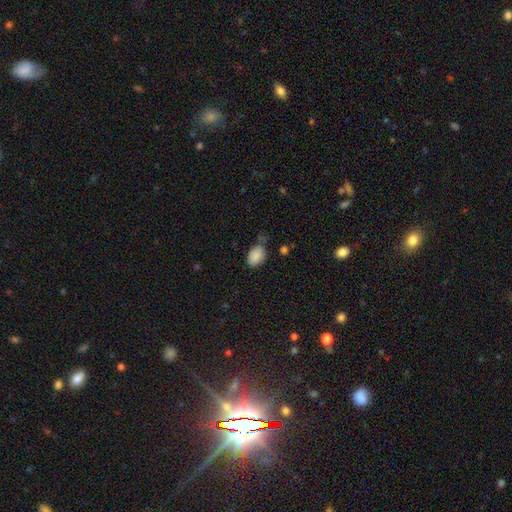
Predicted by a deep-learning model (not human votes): smooth-or-featured: smooth: 87% | star or artifact: 8% | featured or disk: 5%
  how-rounded: in between: 85% | round: 14% | cigar-shaped: 1%
  merging: none: 60% | minor disturbance: 28% | major disturbance: 7% | merger: 5%